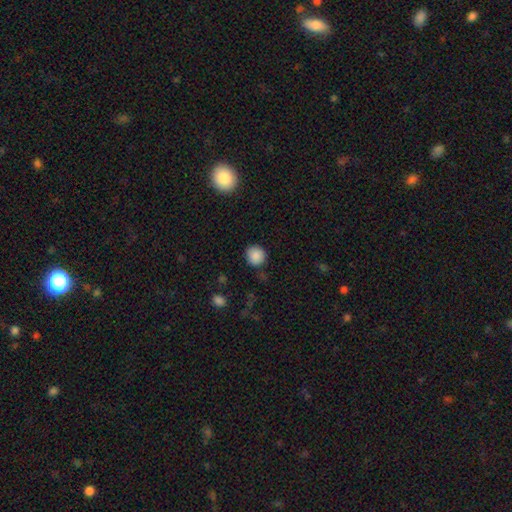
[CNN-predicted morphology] The model was most divided on "merging": none: 84%, minor disturbance: 11%, major disturbance: 3%, merger: 2%. More confident: how rounded — round (89%); smooth or featured — smooth (87%).